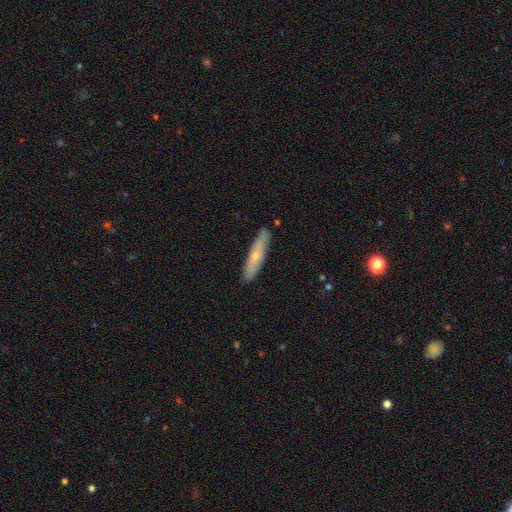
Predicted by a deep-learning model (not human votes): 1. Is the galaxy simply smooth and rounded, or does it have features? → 56% smooth, 38% featured or disk, 6% star or artifact.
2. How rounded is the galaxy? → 86% cigar-shaped, 12% in between, 2% round.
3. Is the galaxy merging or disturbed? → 85% none, 11% minor disturbance, 2% major disturbance, 2% merger.